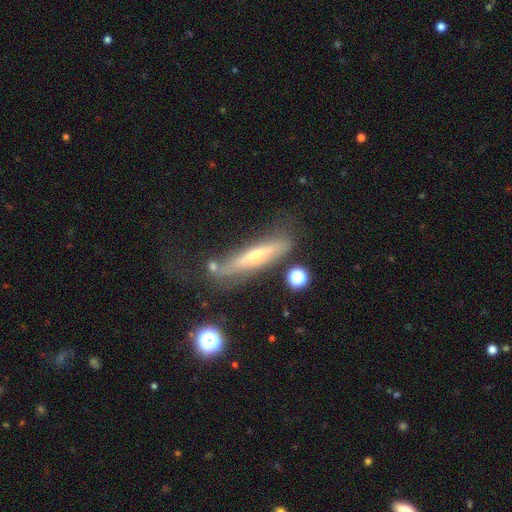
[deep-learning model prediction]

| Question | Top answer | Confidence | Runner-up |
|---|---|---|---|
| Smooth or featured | featured or disk | 53% | smooth (38%) |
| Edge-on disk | yes | 84% | no (16%) |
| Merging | none | 68% | minor disturbance (19%) |